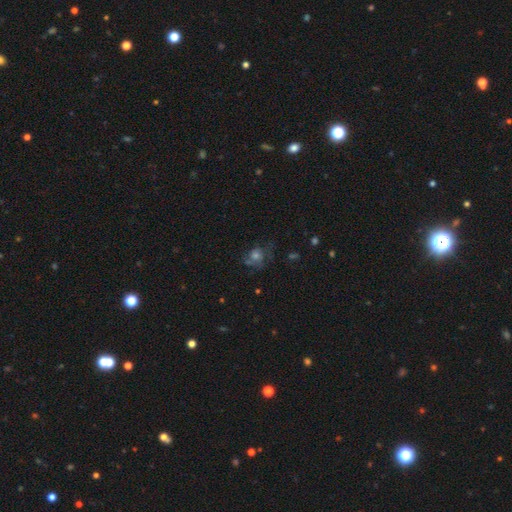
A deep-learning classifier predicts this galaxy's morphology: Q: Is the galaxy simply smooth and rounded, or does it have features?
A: featured or disk — 41%.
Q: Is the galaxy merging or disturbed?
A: none — 54%.